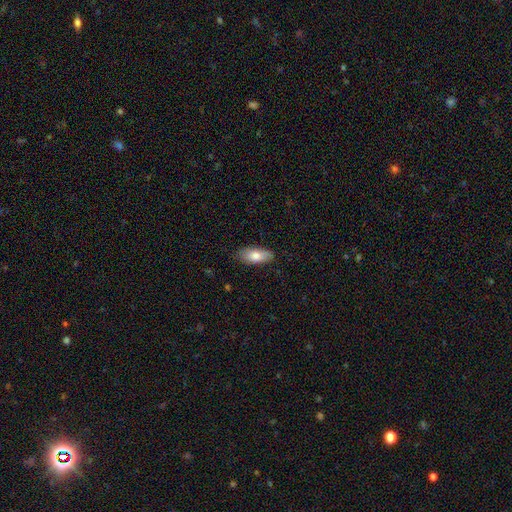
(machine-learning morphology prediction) Smooth or featured?
  - smooth: 77% *
  - featured or disk: 16%
  - star or artifact: 6%
How rounded?
  - in between: 85% *
  - cigar-shaped: 12%
  - round: 3%
Merging?
  - none: 81% *
  - minor disturbance: 15%
  - major disturbance: 3%
  - merger: 1%